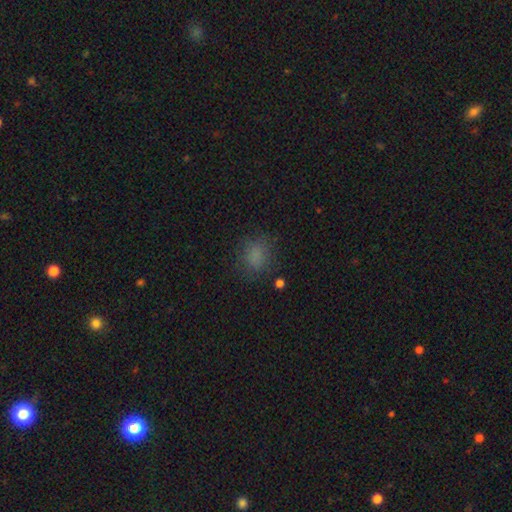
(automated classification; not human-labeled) smooth_or_featured: smooth (p=0.78) [alt: star or artifact p=0.16]
how_rounded: round (p=0.61) [alt: in between p=0.38]
merging: none (p=0.77) [alt: minor disturbance p=0.15]